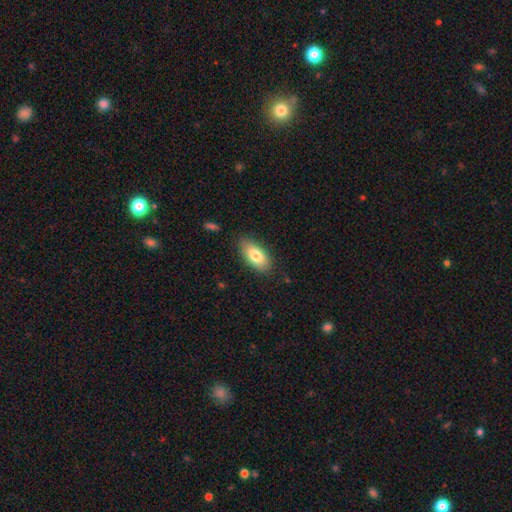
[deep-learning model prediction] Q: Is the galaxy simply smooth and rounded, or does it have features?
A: smooth — 78%.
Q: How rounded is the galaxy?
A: in between — 89%.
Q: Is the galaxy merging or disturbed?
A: none — 82%.